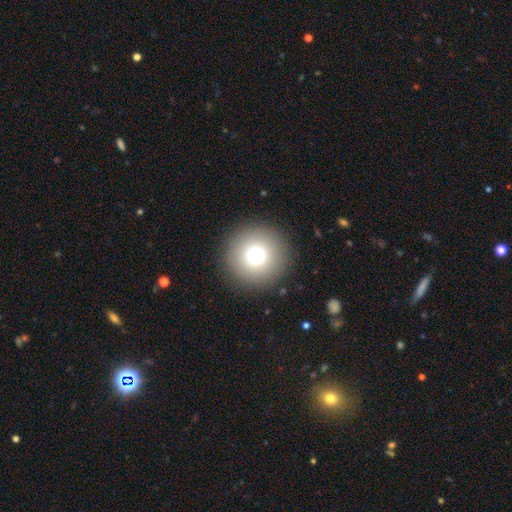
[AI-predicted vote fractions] The model was most divided on "smooth or featured": smooth: 75%, featured or disk: 13%, star or artifact: 12%. More confident: how rounded — round (97%); merging — none (90%).